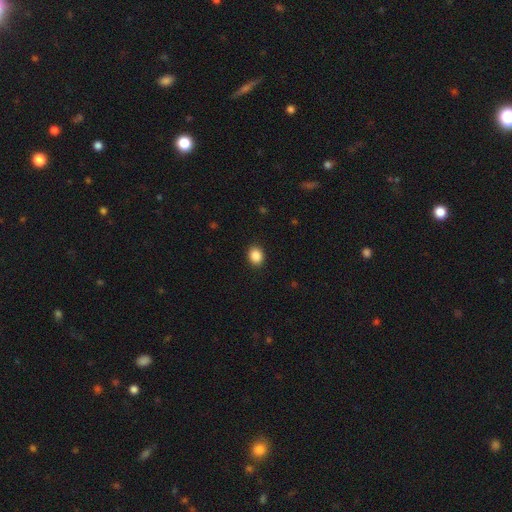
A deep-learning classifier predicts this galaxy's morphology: smooth-or-featured: smooth: 88% | star or artifact: 9% | featured or disk: 3%
  how-rounded: round: 52% | in between: 47% | cigar-shaped: 1%
  merging: none: 91% | minor disturbance: 6% | major disturbance: 2% | merger: 1%